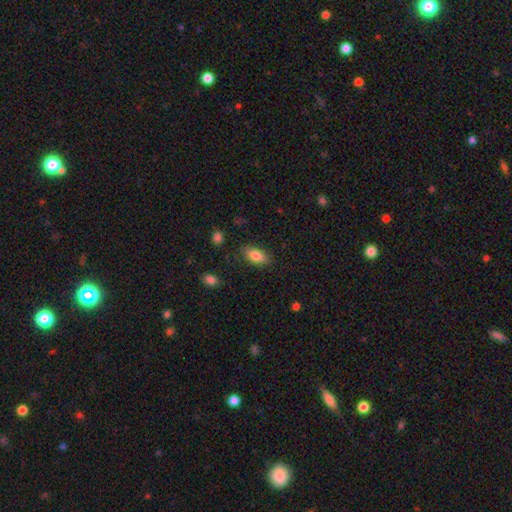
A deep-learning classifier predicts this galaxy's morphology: Smooth or featured? smooth (83%)
How rounded? in between (89%)
Merging? none (84%)